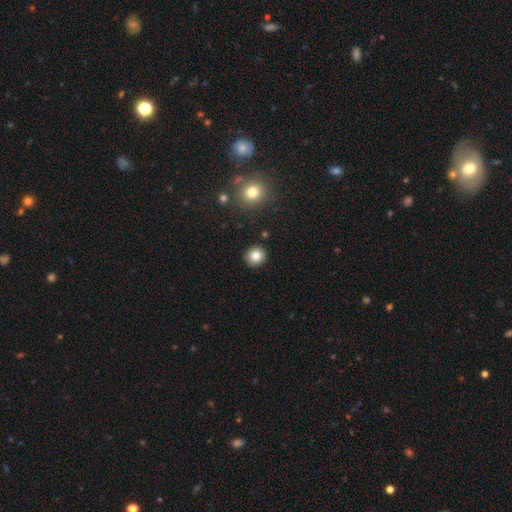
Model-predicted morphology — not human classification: Smooth or featured? Predicted: smooth (p=0.83). How rounded? Predicted: round (p=0.91). Merging? Predicted: none (p=0.90).